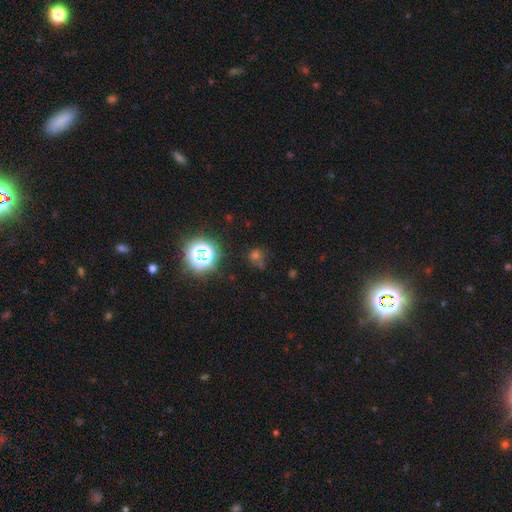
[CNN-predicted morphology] type=smooth (50%); roundness=round (84%); merging=none (69%).